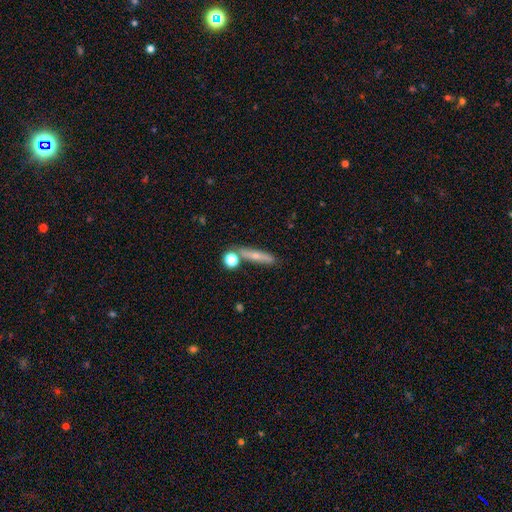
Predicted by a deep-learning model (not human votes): Smooth or featured? smooth (57%)
How rounded? cigar-shaped (76%)
Merging? none (72%)